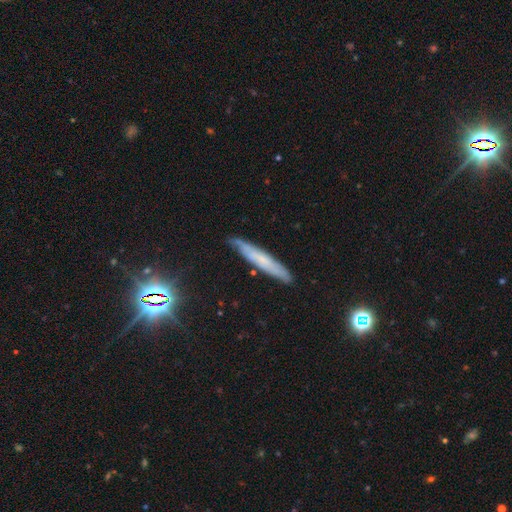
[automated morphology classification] A smooth galaxy with no disk features (44%).

Vote fractions:
- Smooth or featured? smooth: 44% / featured or disk: 40% / star or artifact: 16%
- Merging? none: 85% / minor disturbance: 11% / major disturbance: 2% / merger: 2%